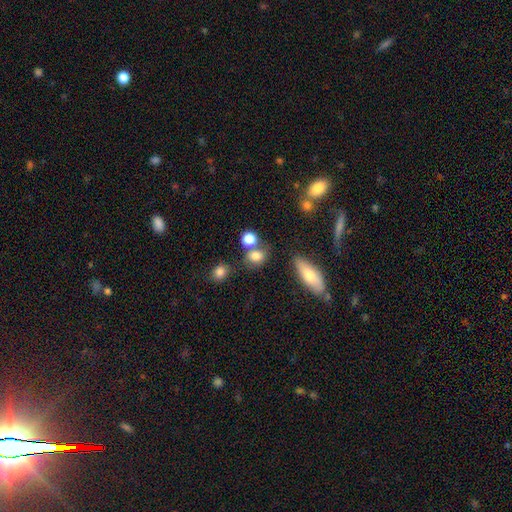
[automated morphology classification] This appears to be a smooth galaxy with no disk features (79%) that is round (56%). Merging: none (58%).